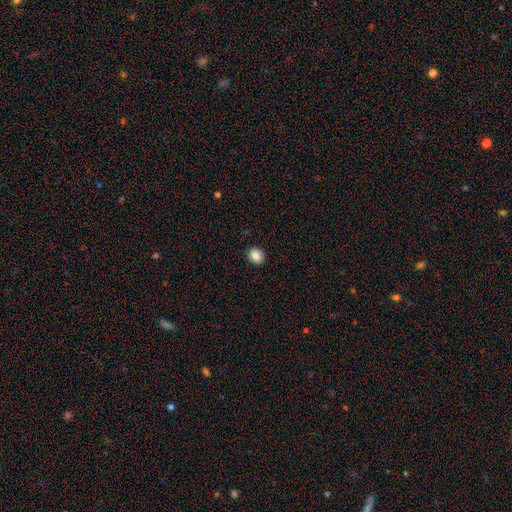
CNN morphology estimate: Smooth or featured? smooth (87%)
How rounded? round (74%)
Merging? none (91%)